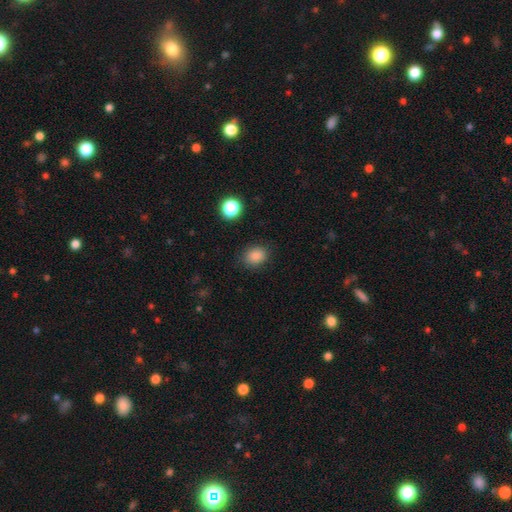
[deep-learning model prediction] smooth 85%, star or artifact 11%, featured or disk 4%. Down the decision tree: how rounded — in between (51%); merging — none (85%).